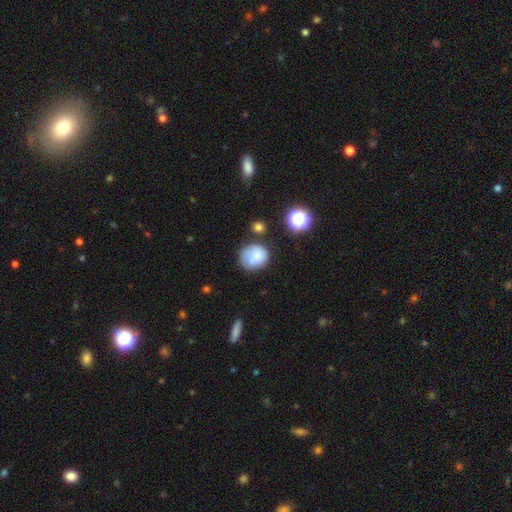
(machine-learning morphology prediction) Smooth or featured? smooth (71%)
How rounded? round (76%)
Merging? none (58%)